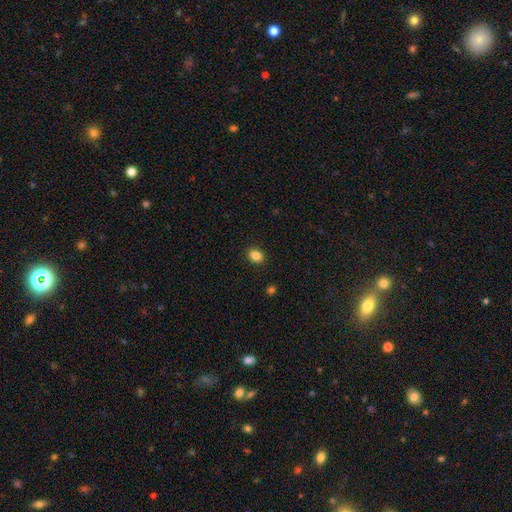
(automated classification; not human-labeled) Smooth or featured: smooth — 85% (star or artifact — 10%)
How rounded: in between — 60% (round — 39%)
Merging: none — 90% (minor disturbance — 7%)